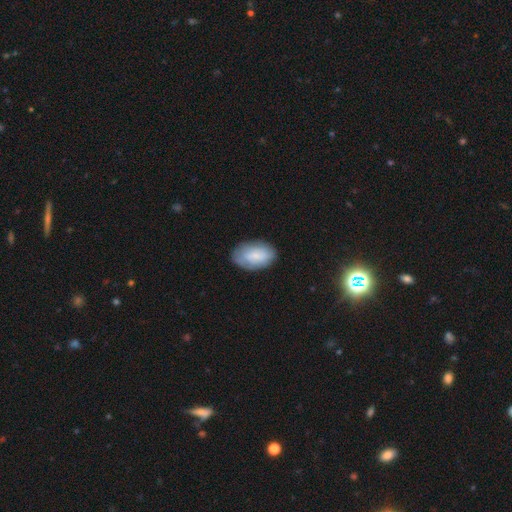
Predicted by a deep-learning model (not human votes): This is likely a smooth galaxy (70%). How rounded: clearly in between (92%). Merging: likely none (76%).